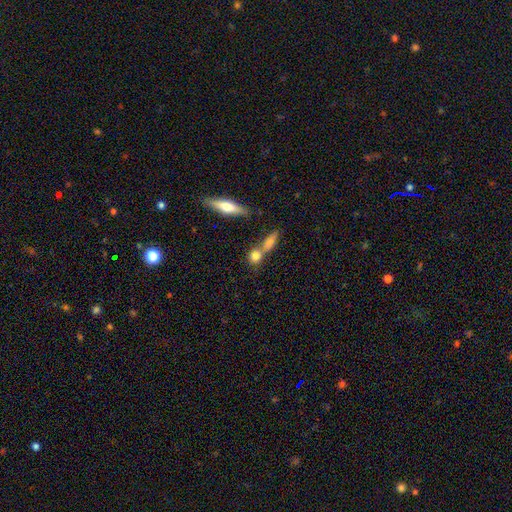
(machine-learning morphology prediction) A smooth galaxy with no disk features (73%) that is round (52%).

Vote fractions:
- Smooth or featured? smooth: 73% / featured or disk: 17% / star or artifact: 10%
- How rounded? round: 52% / in between: 29% / cigar-shaped: 19%
- Merging? none: 45% / merger: 44% / minor disturbance: 8% / major disturbance: 3%